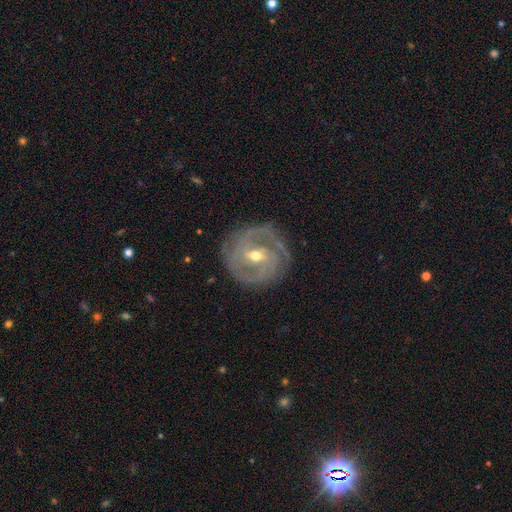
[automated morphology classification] Smooth or featured: featured or disk — 87% (smooth — 8%)
Edge-on disk: no — 97% (yes — 3%)
Bar: weak — 48% (no — 28%)
Spiral arms: yes — 95% (no — 5%)
Spiral winding: tight — 64% (medium — 29%)
Spiral arm count: 2 — 36% (3 — 26%)
Bulge size: moderate — 62% (small — 35%)
Merging: none — 78% (minor disturbance — 15%)